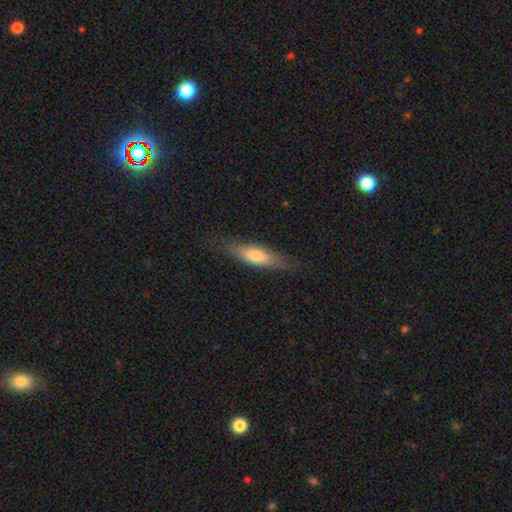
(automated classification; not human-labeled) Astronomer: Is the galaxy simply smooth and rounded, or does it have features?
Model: smooth — 65%.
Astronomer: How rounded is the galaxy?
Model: cigar-shaped — 55% (runner-up: in between, 43%).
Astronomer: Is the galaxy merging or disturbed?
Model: none — 79%.